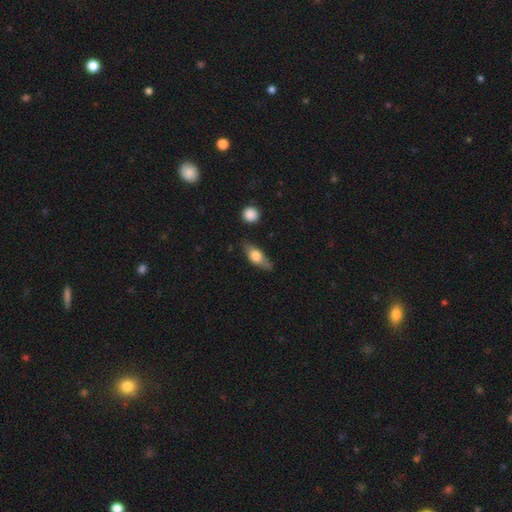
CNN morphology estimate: The model was most divided on "smooth or featured": smooth: 56%, featured or disk: 38%, star or artifact: 6%. More confident: merging — none (73%); how rounded — in between (63%).